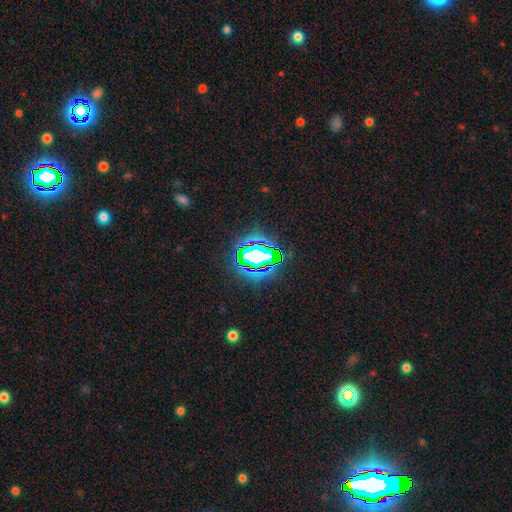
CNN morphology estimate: This is likely a star or artifact rather than a galaxy (66%).